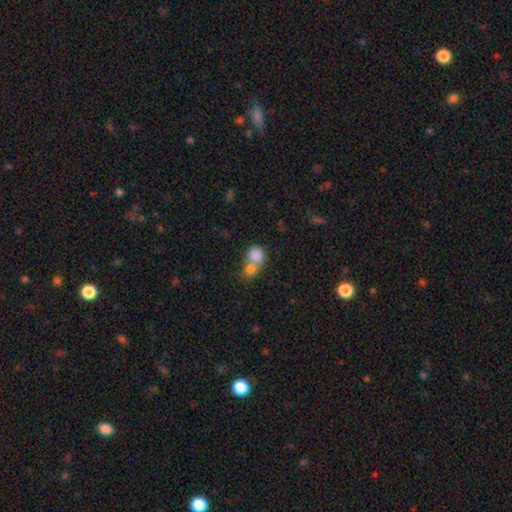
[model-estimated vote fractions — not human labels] Smooth or featured? smooth (83%)
How rounded? round (77%)
Merging? merger (58%)